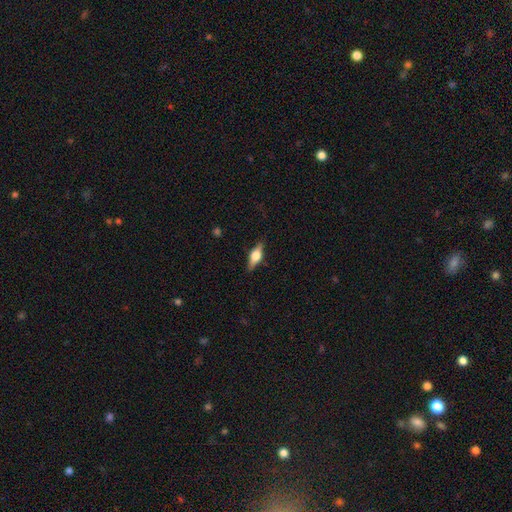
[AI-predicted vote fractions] smooth-or-featured: featured or disk: 57% | smooth: 36% | star or artifact: 7%
  disk-edge-on: yes: 94% | no: 6%
    edge-on-bulge: rounded: 93% | boxy: 6% | none: 1%
  merging: none: 86% | minor disturbance: 11% | major disturbance: 3% | merger: 1%